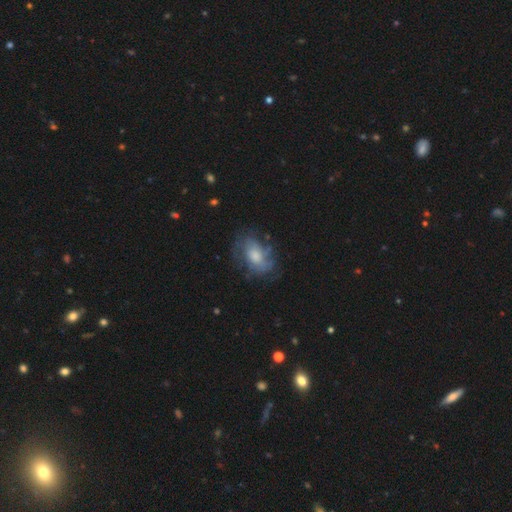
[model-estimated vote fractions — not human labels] Smooth or featured: featured or disk — 51% (smooth — 41%)
Edge-on disk: no — 96% (yes — 4%)
Merging: none — 57% (minor disturbance — 24%)